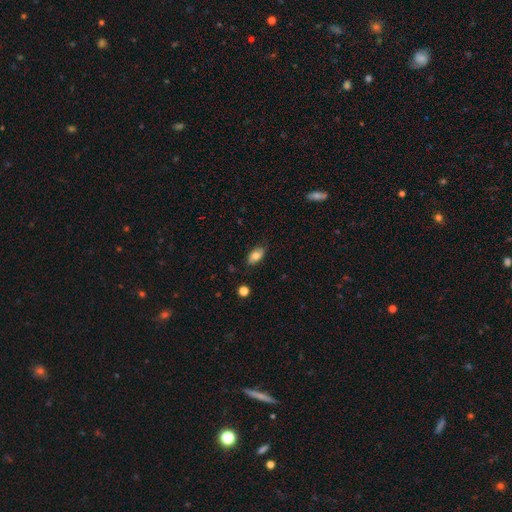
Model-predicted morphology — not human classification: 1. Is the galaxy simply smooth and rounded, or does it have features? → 74% smooth, 18% featured or disk, 8% star or artifact.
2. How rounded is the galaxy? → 92% in between, 6% round, 2% cigar-shaped.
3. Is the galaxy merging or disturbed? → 80% none, 16% minor disturbance, 3% major disturbance, 1% merger.